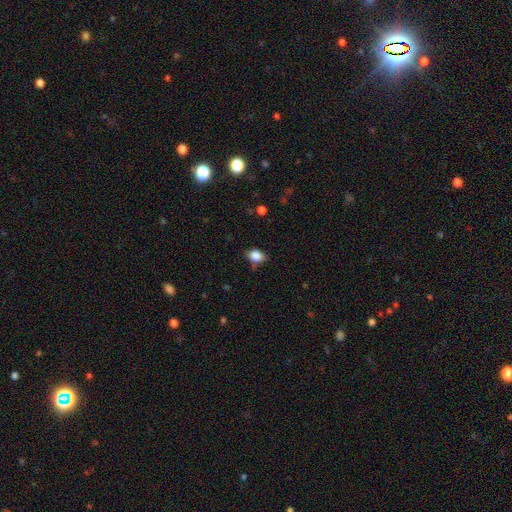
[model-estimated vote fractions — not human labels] This appears to be a smooth galaxy with no disk features (83%) that is in between round and cigar-shaped (68%). Merging: none (70%).